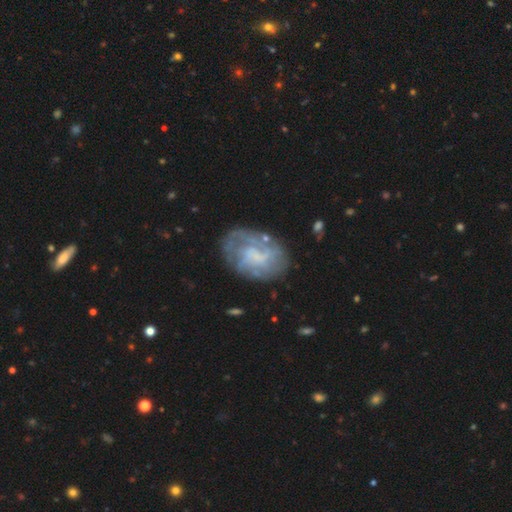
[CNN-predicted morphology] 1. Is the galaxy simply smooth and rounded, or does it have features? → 67% featured or disk, 25% smooth, 8% star or artifact.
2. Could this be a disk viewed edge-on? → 97% no, 3% yes.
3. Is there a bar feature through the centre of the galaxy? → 60% no, 33% weak, 7% strong.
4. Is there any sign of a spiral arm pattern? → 68% yes, 32% no.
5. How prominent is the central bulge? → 51% none, 23% small, 19% moderate, 6% large, 1% dominant.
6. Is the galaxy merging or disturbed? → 62% none, 21% minor disturbance, 13% major disturbance, 3% merger.